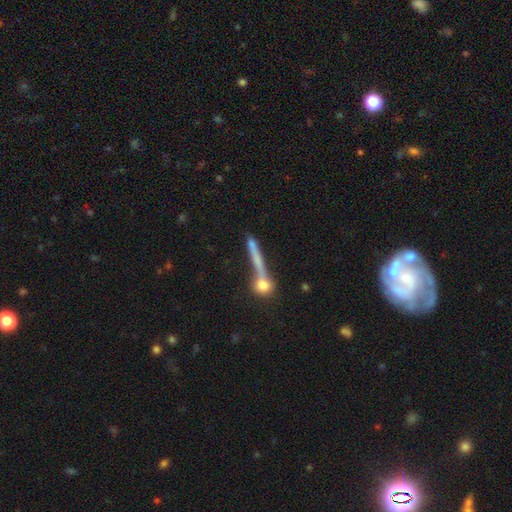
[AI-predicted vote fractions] The model was most divided on "smooth or featured": smooth: 52%, featured or disk: 35%, star or artifact: 13%. Remaining: how rounded — cigar-shaped (73%); merging — none (47%).